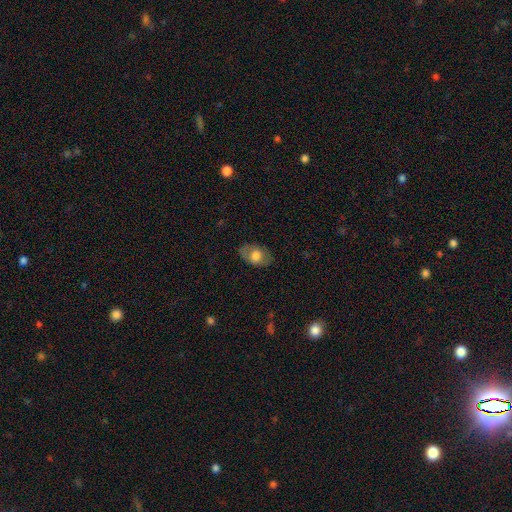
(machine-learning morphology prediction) Smooth or featured? Predicted: smooth (p=0.66). How rounded? Predicted: in between (p=0.86). Merging? Predicted: none (p=0.78).